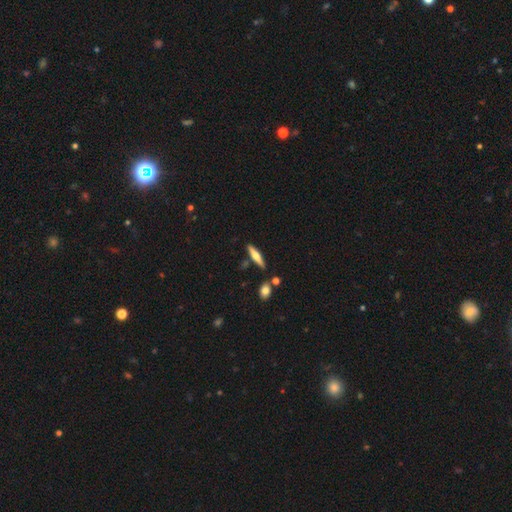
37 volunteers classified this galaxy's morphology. Overall: featured or disk (54%; smooth 46%). Edge-on disk: yes (100%). Edge-on bulge: rounded (95%). Merging: none (76%).